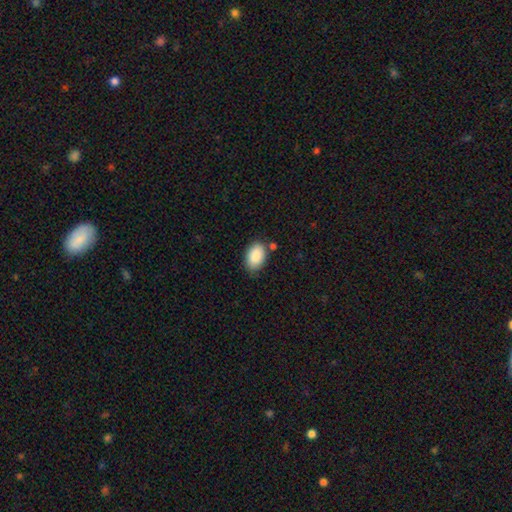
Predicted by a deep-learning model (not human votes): This is clearly a smooth galaxy (89%). How rounded: clearly in between (92%). Merging: likely none (78%).